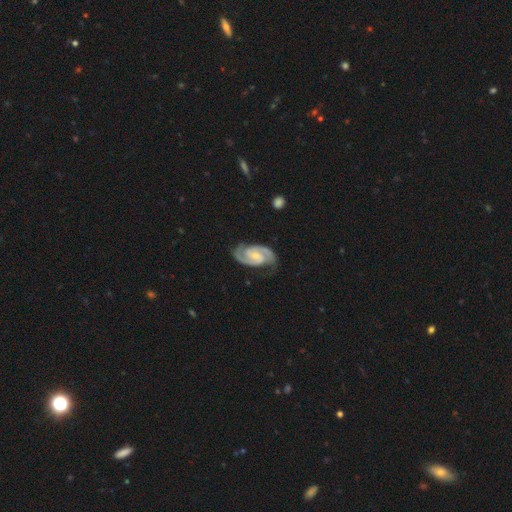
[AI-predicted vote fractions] smooth_or_featured: featured or disk (p=0.91) [alt: smooth p=0.05]
disk_edge_on: no (p=0.98) [alt: yes p=0.02]
bar: weak (p=0.44) [alt: no p=0.42]
has_spiral_arms: yes (p=0.98) [alt: no p=0.02]
spiral_winding: medium (p=0.49) [alt: tight p=0.43]
spiral_arm_count: 2 (p=0.93) [alt: can't tell p=0.02]
bulge_size: small (p=0.53) [alt: moderate p=0.30]
merging: none (p=0.81) [alt: minor disturbance p=0.14]